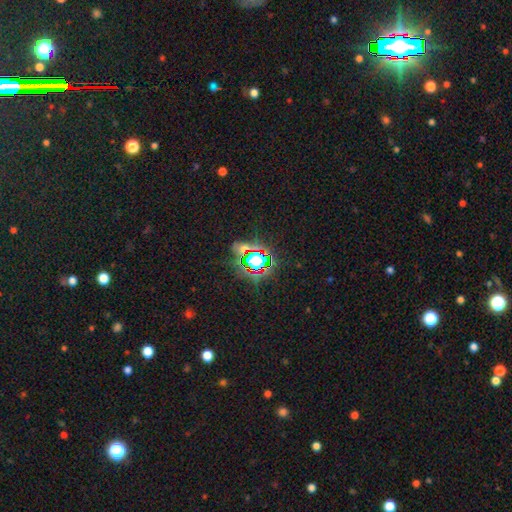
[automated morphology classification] smooth_or_featured: star or artifact (p=0.79) [alt: smooth p=0.13]